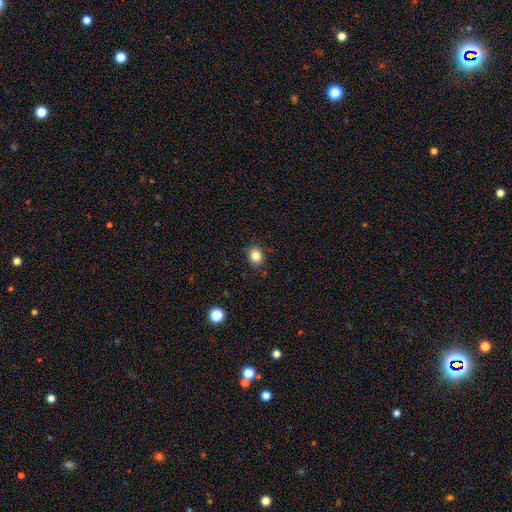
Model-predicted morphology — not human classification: Overall: smooth (84%). How rounded: round (57%; in between 43%). Merging: none (87%).